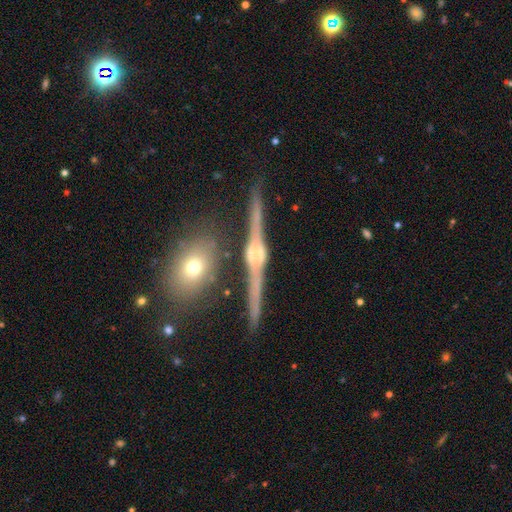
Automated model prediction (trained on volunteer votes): This appears to be a featured or disk galaxy (86%) viewed edge-on (97%) with a rounded central bulge (78%). Merging: none (79%).